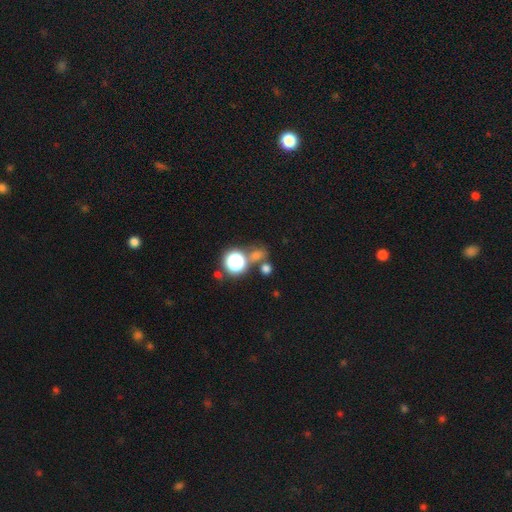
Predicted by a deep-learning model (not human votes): smooth_or_featured: smooth (p=0.53) [alt: star or artifact p=0.38]
how_rounded: round (p=0.73) [alt: in between p=0.25]
merging: none (p=0.59) [alt: merger p=0.25]